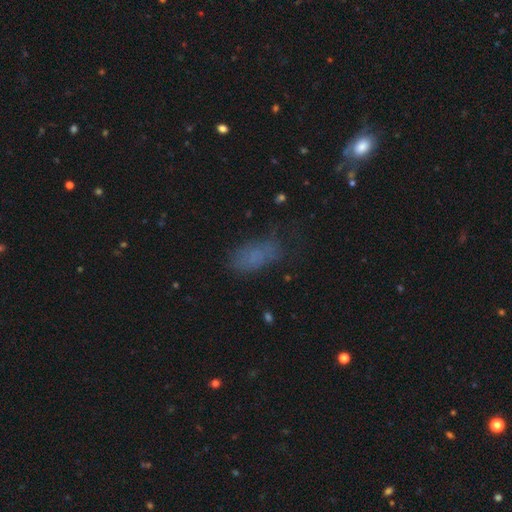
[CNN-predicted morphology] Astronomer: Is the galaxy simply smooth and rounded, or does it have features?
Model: smooth — 69%.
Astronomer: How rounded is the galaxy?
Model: in between — 88%.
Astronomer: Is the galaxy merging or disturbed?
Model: none — 56%.